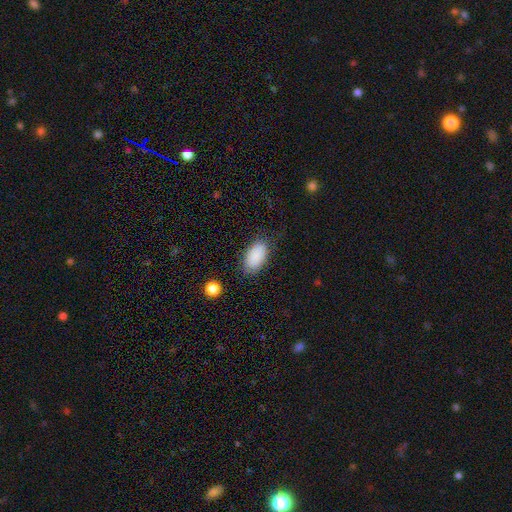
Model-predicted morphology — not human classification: Smooth or featured?
  - smooth: 88% *
  - star or artifact: 8%
  - featured or disk: 4%
How rounded?
  - in between: 94% *
  - round: 3%
  - cigar-shaped: 2%
Merging?
  - none: 81% *
  - minor disturbance: 14%
  - major disturbance: 4%
  - merger: 1%